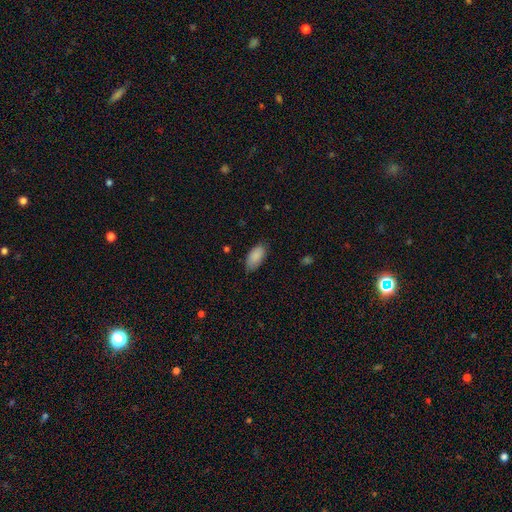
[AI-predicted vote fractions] A smooth galaxy with no disk features (88%) that is in between round and cigar-shaped (94%). Merging: none (72%).